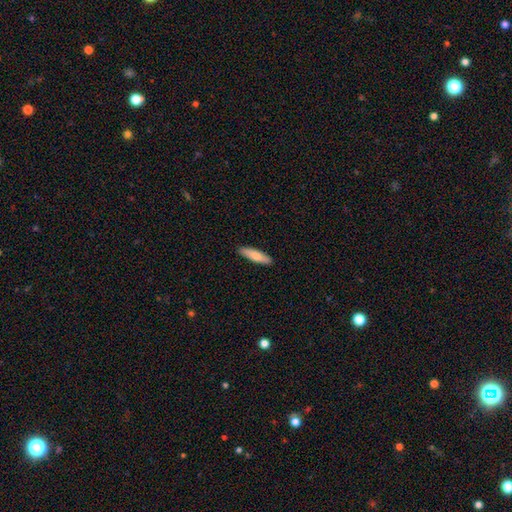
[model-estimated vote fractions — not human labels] Smooth or featured: smooth — 77% (featured or disk — 18%)
How rounded: cigar-shaped — 72% (in between — 26%)
Merging: none — 90% (minor disturbance — 7%)